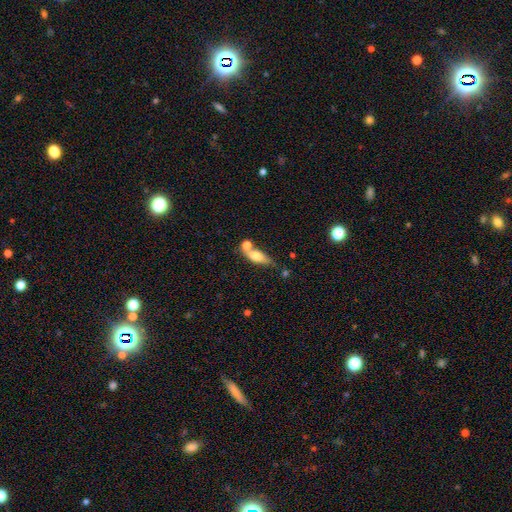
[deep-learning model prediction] A smooth galaxy with no disk features (67%) that is in between round and cigar-shaped (66%). Merging: none (45%).